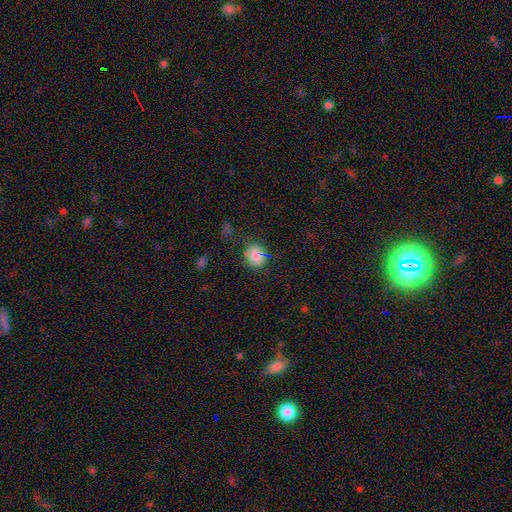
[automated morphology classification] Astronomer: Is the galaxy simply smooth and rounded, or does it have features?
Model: smooth — 77%.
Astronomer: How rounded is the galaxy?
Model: round — 77%.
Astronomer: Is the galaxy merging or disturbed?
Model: none — 77%.